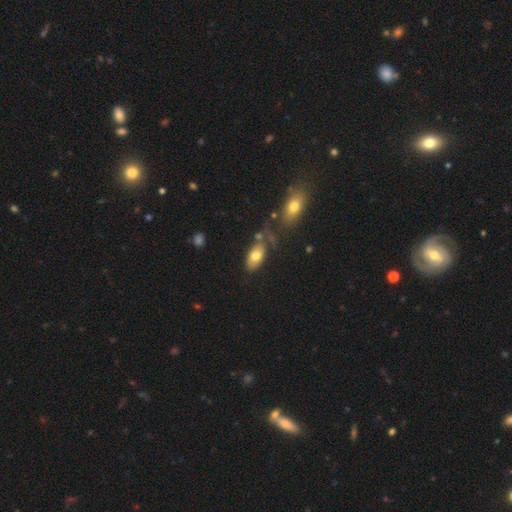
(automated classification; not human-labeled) smooth 73%, featured or disk 19%, star or artifact 7%. Down the decision tree: how rounded — in between (92%); merging — none (58%).